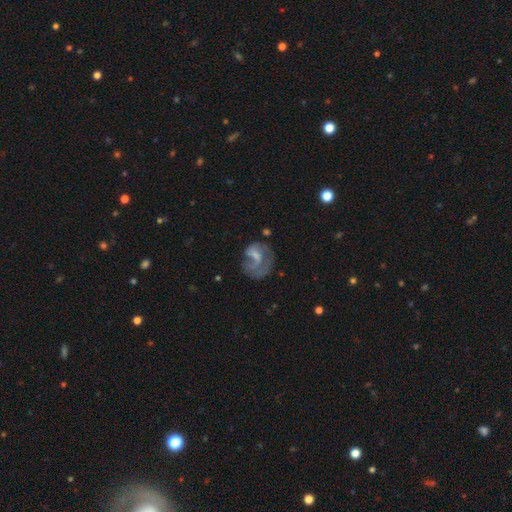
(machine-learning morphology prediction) Smooth or featured: featured or disk — 53% (smooth — 38%)
Edge-on disk: no — 97% (yes — 3%)
Bar: no — 54% (weak — 37%)
Spiral arms: yes — 57% (no — 43%)
Bulge size: none — 34% (small — 33%)
Merging: major disturbance — 40% (none — 35%)